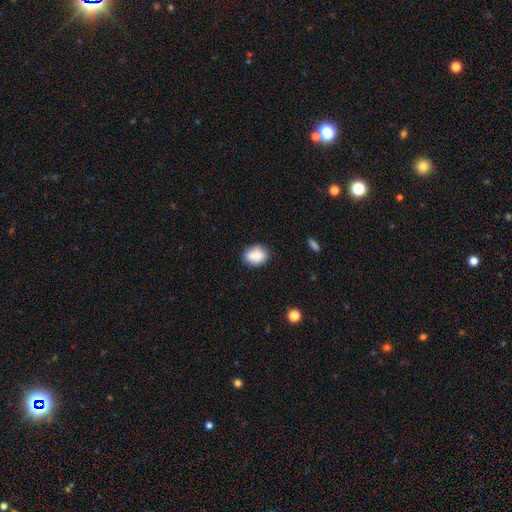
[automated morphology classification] Overall: smooth (85%). How rounded: in between (67%; round 31%). Merging: none (72%).